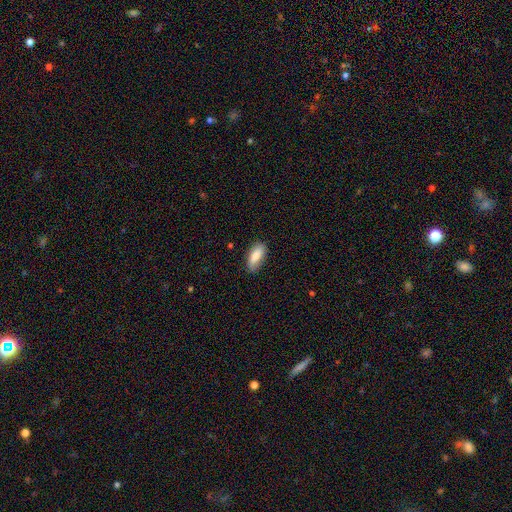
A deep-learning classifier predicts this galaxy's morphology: Smooth or featured? smooth (82%)
How rounded? in between (86%)
Merging? none (74%)